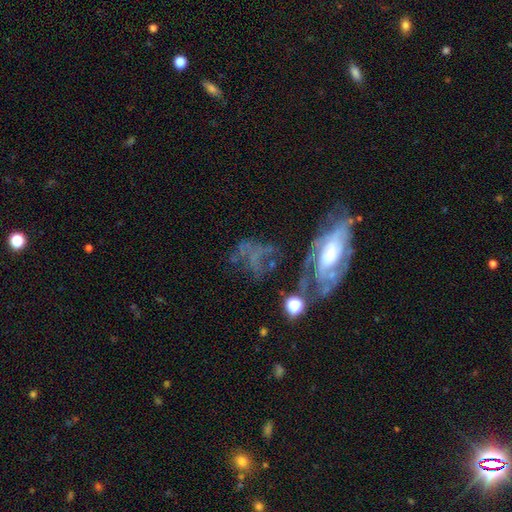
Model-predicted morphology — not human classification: smooth_or_featured: featured or disk (p=0.61) [alt: smooth p=0.25]
disk_edge_on: no (p=0.91) [alt: yes p=0.09]
bar: no (p=0.72) [alt: weak p=0.19]
has_spiral_arms: yes (p=0.60) [alt: no p=0.40]
bulge_size: none (p=0.42) [alt: small p=0.23]
merging: none (p=0.38) [alt: major disturbance p=0.31]